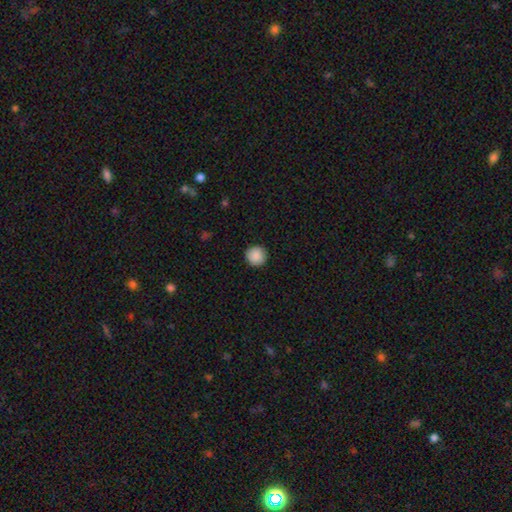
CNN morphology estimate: The model was most divided on "smooth or featured": smooth: 89%, star or artifact: 8%, featured or disk: 4%. More confident: how rounded — round (95%); merging — none (91%).